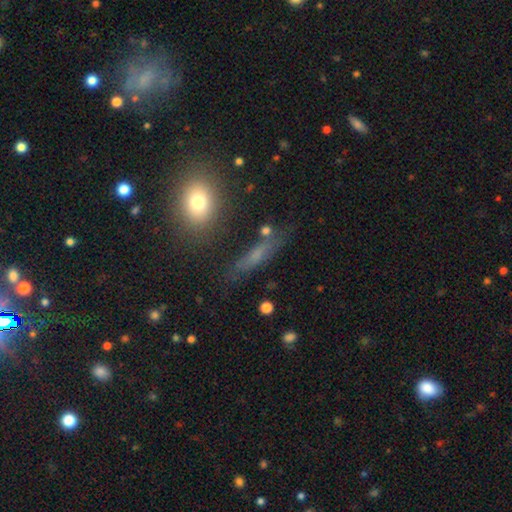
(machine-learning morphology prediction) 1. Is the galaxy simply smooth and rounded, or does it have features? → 54% smooth, 30% featured or disk, 17% star or artifact.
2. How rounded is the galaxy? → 71% cigar-shaped, 23% in between, 6% round.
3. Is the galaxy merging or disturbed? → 72% none, 17% minor disturbance, 7% major disturbance, 5% merger.